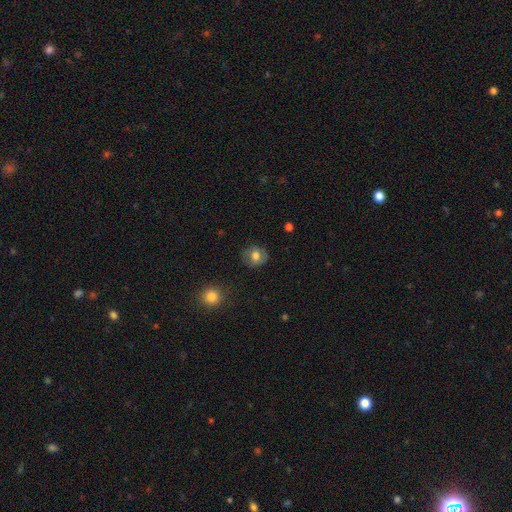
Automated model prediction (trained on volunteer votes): Morphology: type=smooth (70%); roundness=round (77%); merging=none (83%).